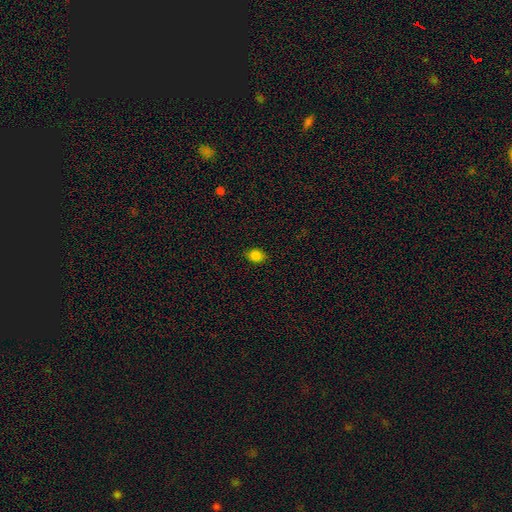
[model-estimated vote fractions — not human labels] A smooth galaxy with no disk features (84%) that is in between round and cigar-shaped (53%).

Vote fractions:
- Smooth or featured? smooth: 84% / star or artifact: 12% / featured or disk: 4%
- How rounded? in between: 53% / round: 46% / cigar-shaped: 1%
- Merging? none: 86% / minor disturbance: 11% / major disturbance: 2% / merger: 1%